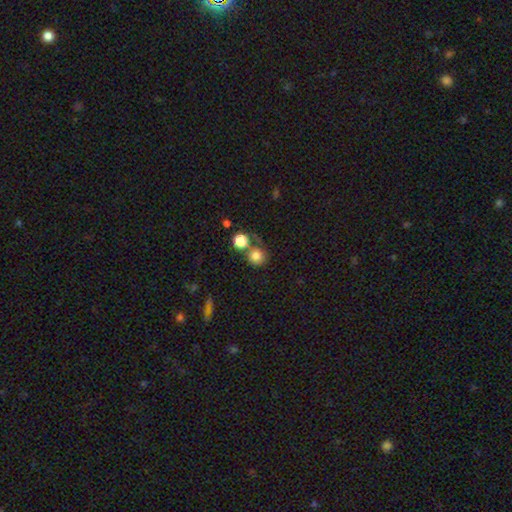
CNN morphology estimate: Smooth or featured? Predicted: smooth (p=0.80). How rounded? Predicted: round (p=0.89). Merging? Predicted: none (p=0.55).